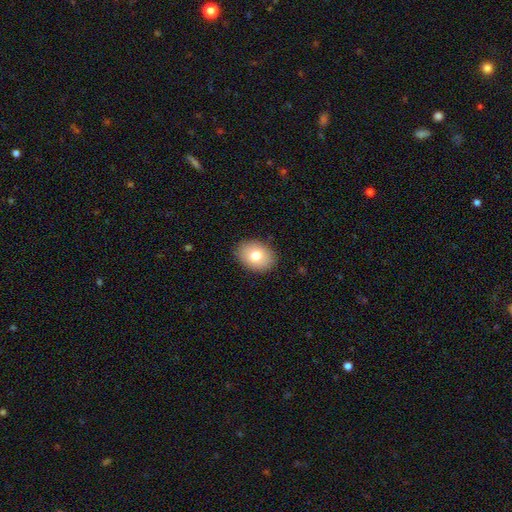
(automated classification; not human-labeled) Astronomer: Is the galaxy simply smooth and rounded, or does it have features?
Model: smooth — 78%.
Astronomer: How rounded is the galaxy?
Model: in between — 68%.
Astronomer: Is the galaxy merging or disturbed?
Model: none — 87%.